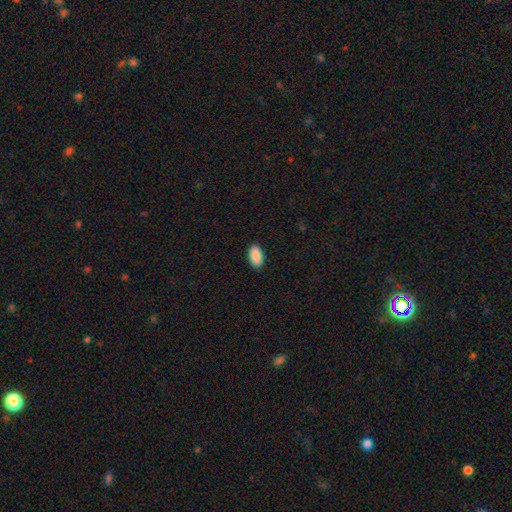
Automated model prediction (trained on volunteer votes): A smooth galaxy with no disk features (91%) that is in between round and cigar-shaped (95%).

Vote fractions:
- Smooth or featured? smooth: 91% / star or artifact: 6% / featured or disk: 3%
- How rounded? in between: 95% / cigar-shaped: 3% / round: 2%
- Merging? none: 90% / minor disturbance: 7% / major disturbance: 2% / merger: 1%